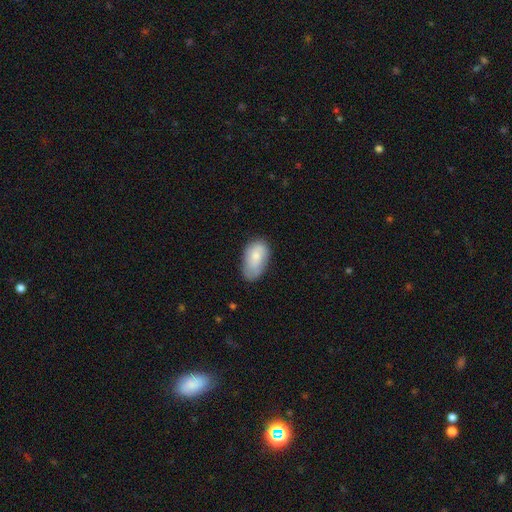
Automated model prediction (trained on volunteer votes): Overall: smooth (75%). How rounded: in between (93%). Merging: none (59%; minor disturbance 31%).